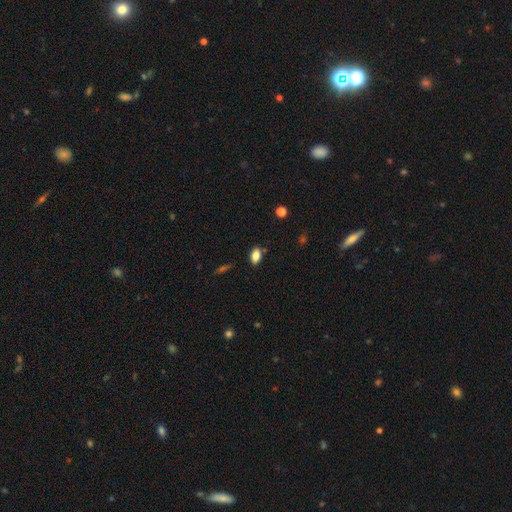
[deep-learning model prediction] smooth_or_featured: smooth (p=0.82) [alt: star or artifact p=0.09]
how_rounded: in between (p=0.89) [alt: round p=0.07]
merging: none (p=0.83) [alt: minor disturbance p=0.12]